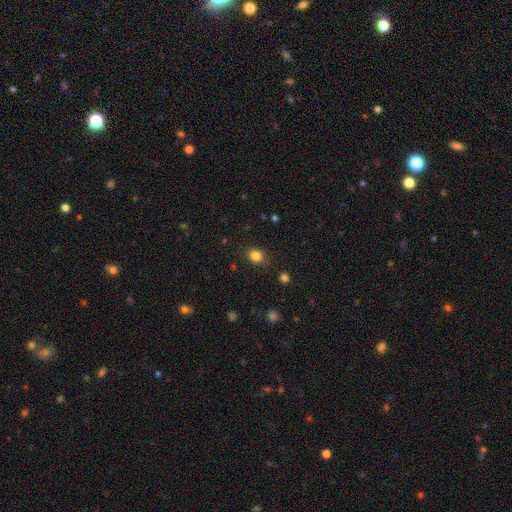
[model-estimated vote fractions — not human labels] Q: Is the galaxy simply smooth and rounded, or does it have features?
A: smooth — 83%.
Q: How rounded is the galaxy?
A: round — 63%.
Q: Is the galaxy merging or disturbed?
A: none — 84%.